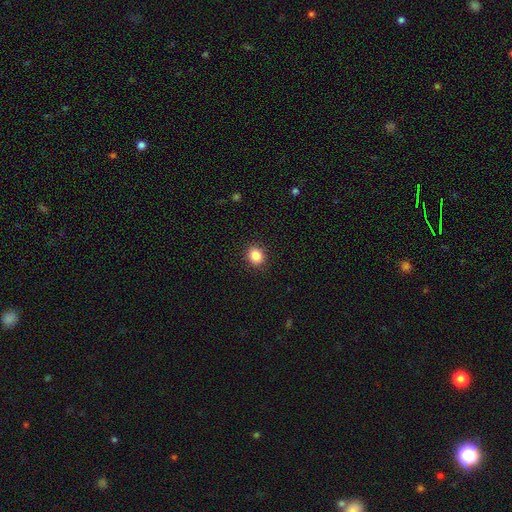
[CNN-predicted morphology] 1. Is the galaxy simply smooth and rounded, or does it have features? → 86% smooth, 10% star or artifact, 4% featured or disk.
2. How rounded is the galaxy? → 73% round, 26% in between, 1% cigar-shaped.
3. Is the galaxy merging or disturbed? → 90% none, 7% minor disturbance, 2% major disturbance, 1% merger.